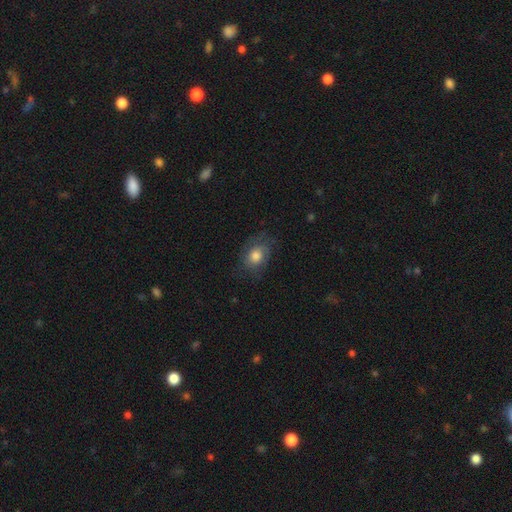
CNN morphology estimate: Smooth or featured: smooth — 61% (featured or disk — 30%)
How rounded: in between — 58% (round — 40%)
Merging: none — 65% (minor disturbance — 22%)